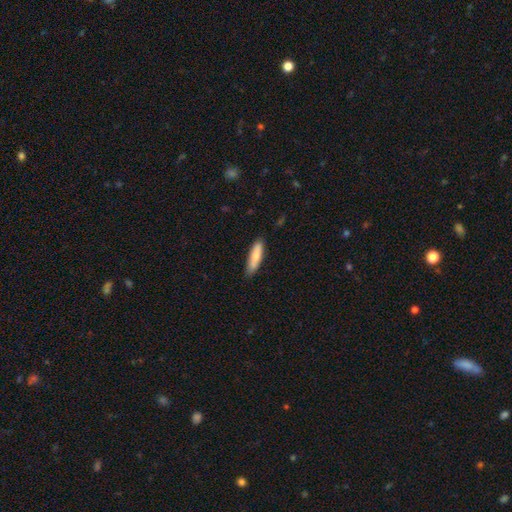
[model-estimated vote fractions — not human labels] Q: Smooth or featured?
A: smooth (81%); runner-up: featured or disk (13%)
Q: How rounded?
A: cigar-shaped (69%); runner-up: in between (30%)
Q: Merging?
A: none (82%); runner-up: minor disturbance (15%)